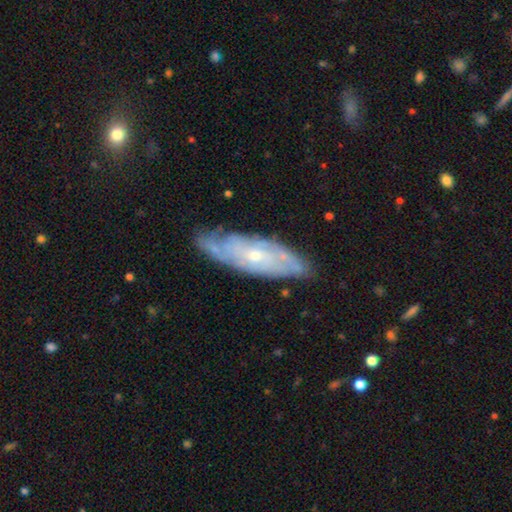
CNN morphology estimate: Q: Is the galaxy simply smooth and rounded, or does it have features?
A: featured or disk — 78%.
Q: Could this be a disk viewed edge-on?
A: no — 78%.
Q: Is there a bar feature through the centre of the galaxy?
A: no — 71%.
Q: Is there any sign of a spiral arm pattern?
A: yes — 89%.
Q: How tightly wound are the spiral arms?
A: tight — 67%.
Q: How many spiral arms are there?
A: can't tell — 53%.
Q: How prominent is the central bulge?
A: small — 66%.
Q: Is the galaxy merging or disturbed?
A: none — 76%.